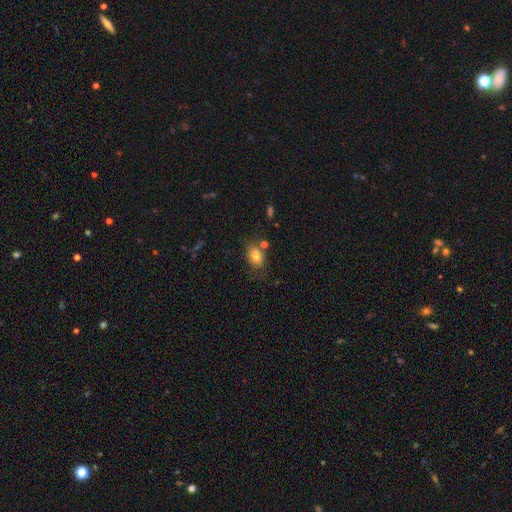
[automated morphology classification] type=smooth (78%); roundness=in between (75%); merging=none (67%).